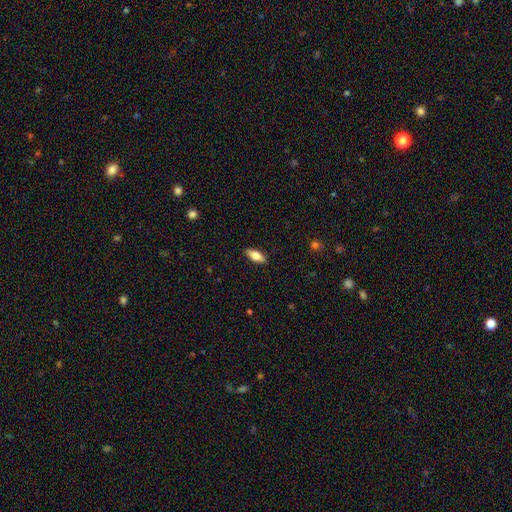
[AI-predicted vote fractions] Morphology: type=smooth (73%); roundness=in between (80%); merging=none (88%).